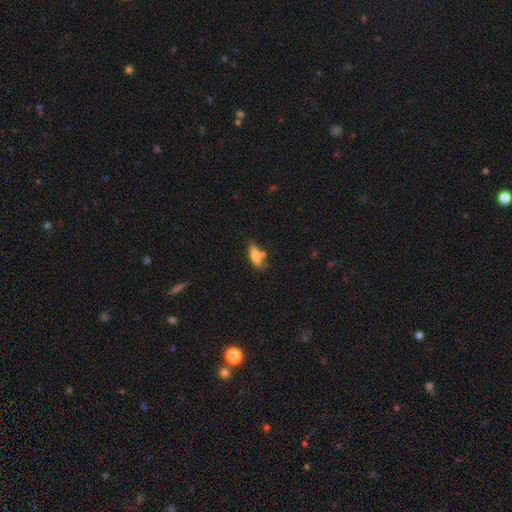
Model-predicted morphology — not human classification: Smooth or featured? Predicted: smooth (p=0.76). How rounded? Predicted: in between (p=0.59). Merging? Predicted: none (p=0.66).